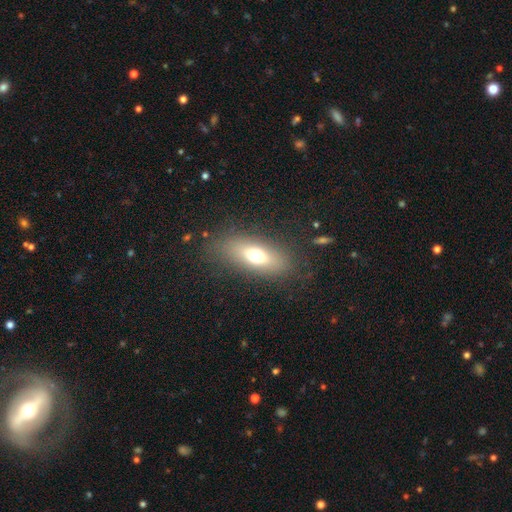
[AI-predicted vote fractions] Morphology: type=smooth (65%); roundness=in between (73%); merging=none (81%).